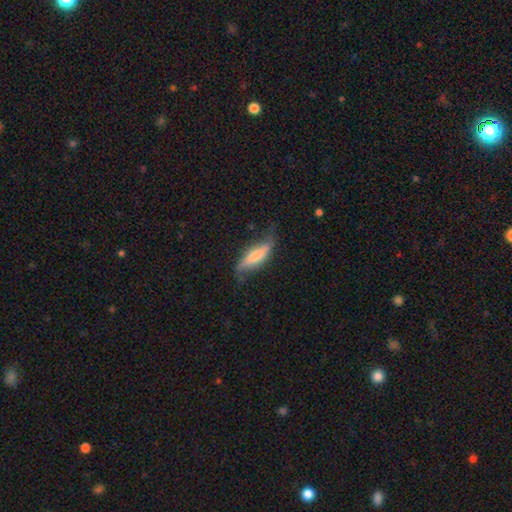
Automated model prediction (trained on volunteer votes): Smooth or featured?
  - smooth: 52% *
  - featured or disk: 41%
  - star or artifact: 6%
How rounded?
  - cigar-shaped: 60% *
  - in between: 37%
  - round: 2%
Merging?
  - none: 53% *
  - minor disturbance: 33%
  - major disturbance: 12%
  - merger: 2%